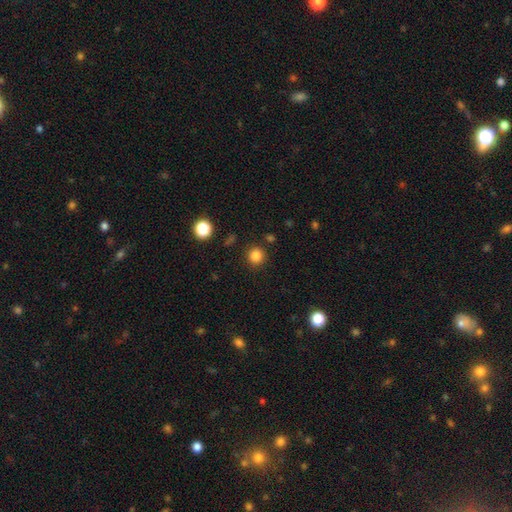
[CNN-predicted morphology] Smooth or featured?
  - smooth: 84% *
  - star or artifact: 13%
  - featured or disk: 4%
How rounded?
  - round: 92% *
  - in between: 7%
  - cigar-shaped: 1%
Merging?
  - none: 89% *
  - minor disturbance: 7%
  - major disturbance: 3%
  - merger: 2%